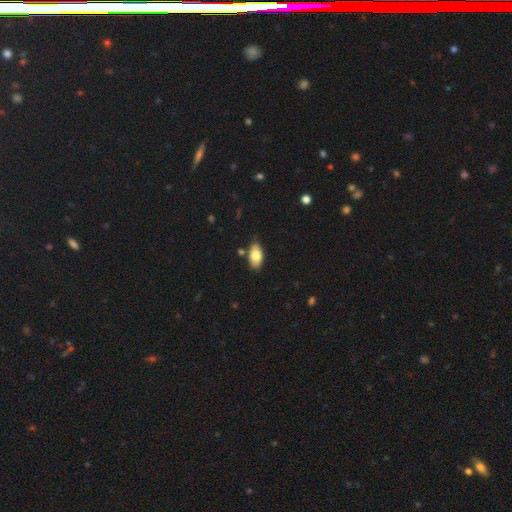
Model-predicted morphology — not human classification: Smooth or featured? smooth (79%)
How rounded? in between (93%)
Merging? none (82%)